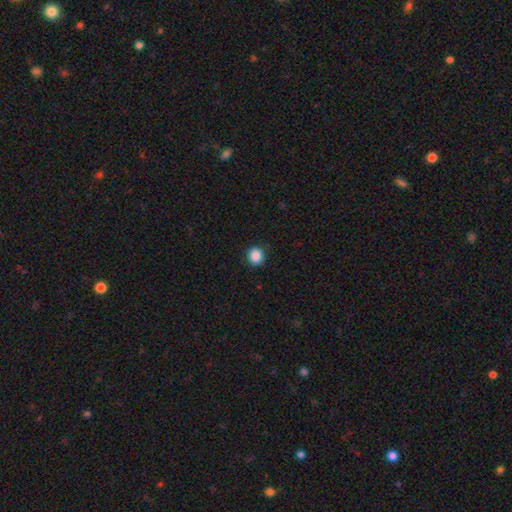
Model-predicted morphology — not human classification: type=smooth (88%); roundness=round (80%); merging=none (88%).